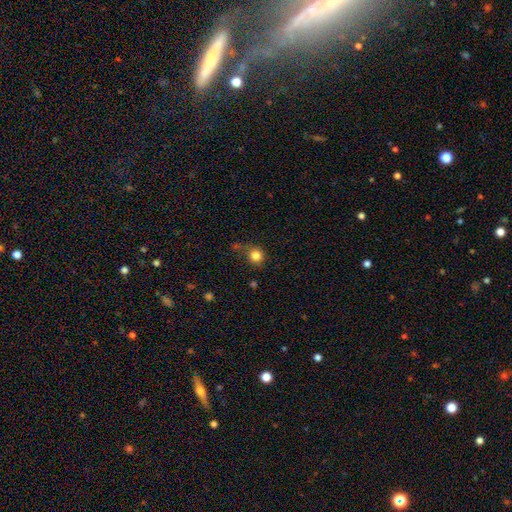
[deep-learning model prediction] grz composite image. It shows a smooth galaxy with no disk features (82%) that is round (89%). Merging: none (63%).